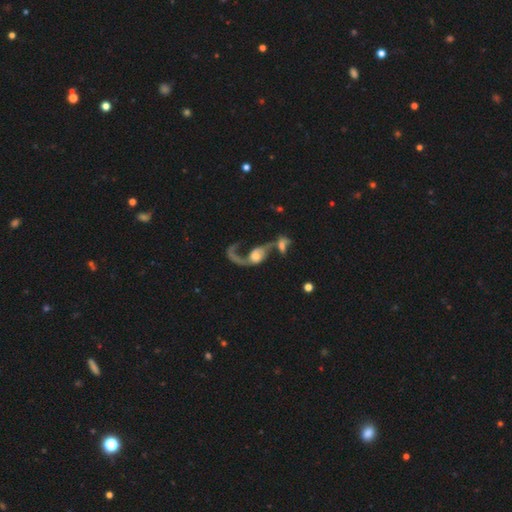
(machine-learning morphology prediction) A featured or disk galaxy (74%) with no bar (67%), 1 (58%) loose (84%) spiral arms (83%) and a moderate central bulge (49%).

Vote fractions:
- Smooth or featured? featured or disk: 74% / smooth: 19% / star or artifact: 7%
- Edge-on disk? no: 95% / yes: 5%
- Bar? no: 67% / weak: 25% / strong: 7%
- Spiral arms? yes: 83% / no: 17%
- Spiral winding? loose: 84% / medium: 12% / tight: 4%
- Spiral arm count? 1: 58% / 2: 36% / can't tell: 3% / 3: 1% / 4: 1% / more than 4: 1%
- Bulge size? moderate: 49% / small: 21% / large: 19% / none: 7% / dominant: 4%
- Merging? merger: 53% / major disturbance: 25% / none: 15% / minor disturbance: 7%